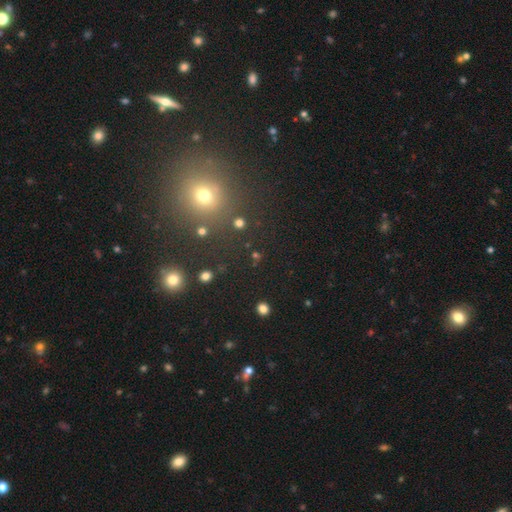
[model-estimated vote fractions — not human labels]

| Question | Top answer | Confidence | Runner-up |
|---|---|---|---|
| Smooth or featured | star or artifact | 47% | smooth (44%) |